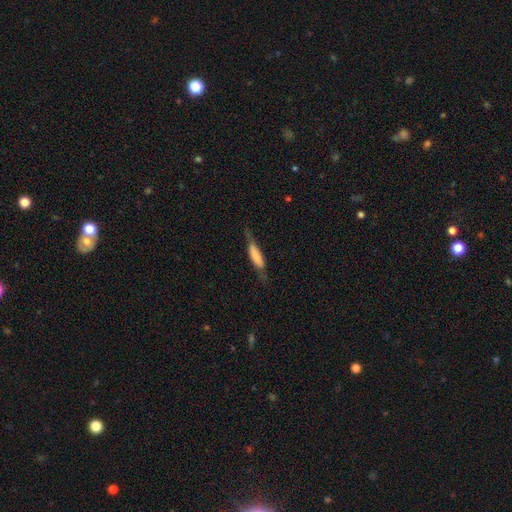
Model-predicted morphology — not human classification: A smooth galaxy with no disk features (65%) that is cigar-shaped (68%).

Vote fractions:
- Smooth or featured? smooth: 65% / featured or disk: 28% / star or artifact: 7%
- How rounded? cigar-shaped: 68% / in between: 30% / round: 2%
- Merging? none: 55% / minor disturbance: 29% / major disturbance: 14% / merger: 2%